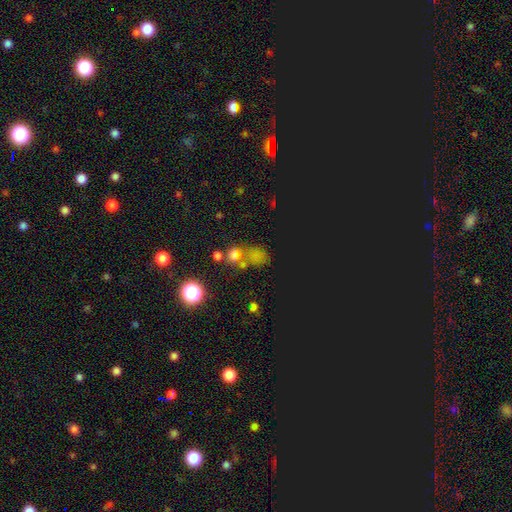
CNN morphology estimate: Smooth or featured?
  - star or artifact: 48% *
  - smooth: 41%
  - featured or disk: 11%